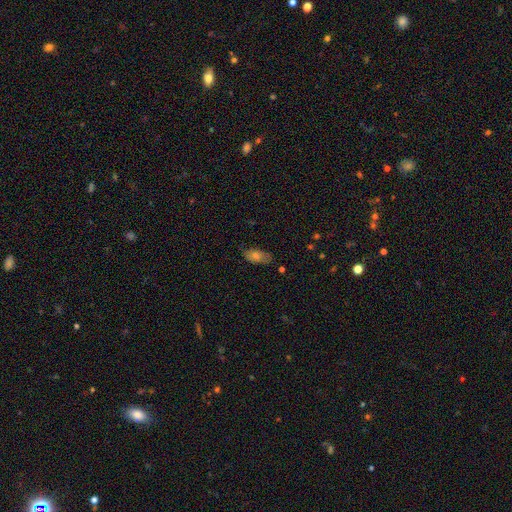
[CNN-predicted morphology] smooth-or-featured: smooth: 58% | featured or disk: 30% | star or artifact: 12%
  how-rounded: in between: 86% | cigar-shaped: 9% | round: 5%
  merging: none: 76% | minor disturbance: 18% | major disturbance: 4% | merger: 2%